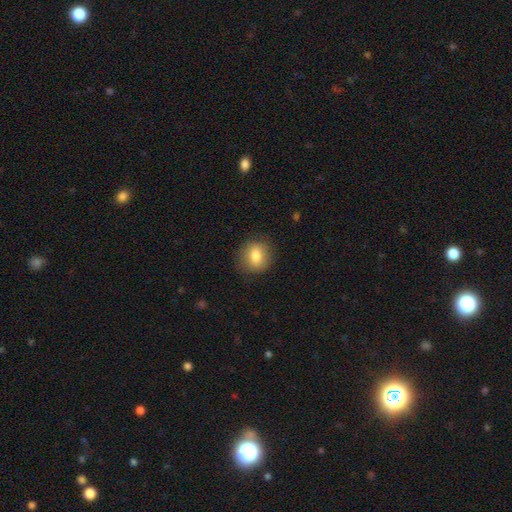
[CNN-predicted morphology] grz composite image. It shows a smooth galaxy with no disk features (79%) that is round (70%). Merging: none (84%).